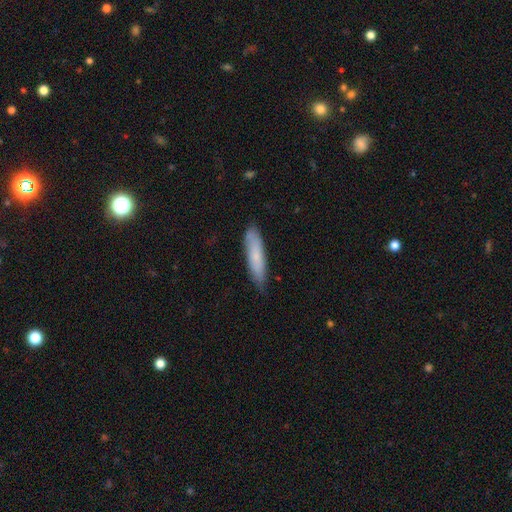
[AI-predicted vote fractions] Smooth or featured? smooth (73%)
How rounded? cigar-shaped (79%)
Merging? none (79%)